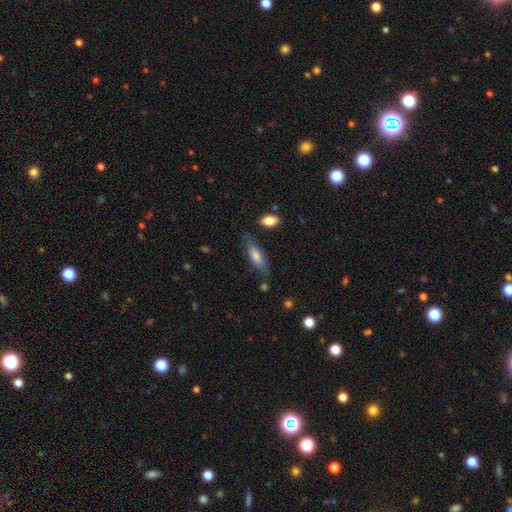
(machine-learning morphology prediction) This appears to be a smooth galaxy with no disk features (70%) that is in between round and cigar-shaped (53%). Merging: none (76%).